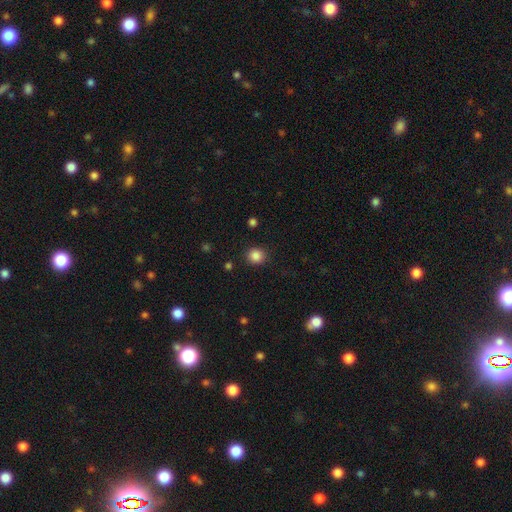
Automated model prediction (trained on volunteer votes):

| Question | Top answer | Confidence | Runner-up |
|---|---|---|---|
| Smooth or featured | smooth | 86% | star or artifact (11%) |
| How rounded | round | 88% | in between (11%) |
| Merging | none | 89% | minor disturbance (7%) |